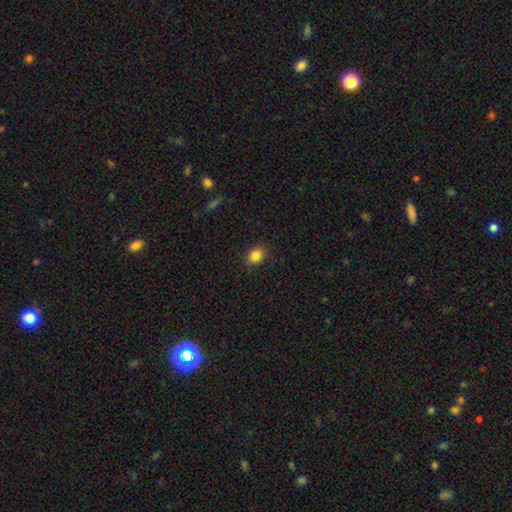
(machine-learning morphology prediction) type=smooth (85%); roundness=round (55%); merging=none (88%).